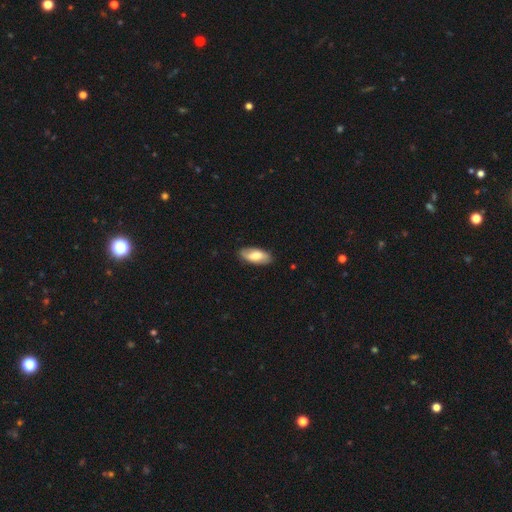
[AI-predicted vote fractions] Smooth or featured? Predicted: smooth (p=0.66). How rounded? Predicted: in between (p=0.87). Merging? Predicted: none (p=0.84).